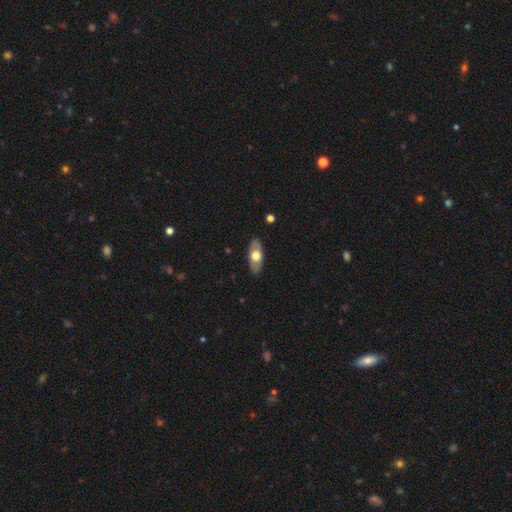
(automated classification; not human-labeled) Morphology: type=smooth (59%); roundness=in between (84%); merging=none (87%).